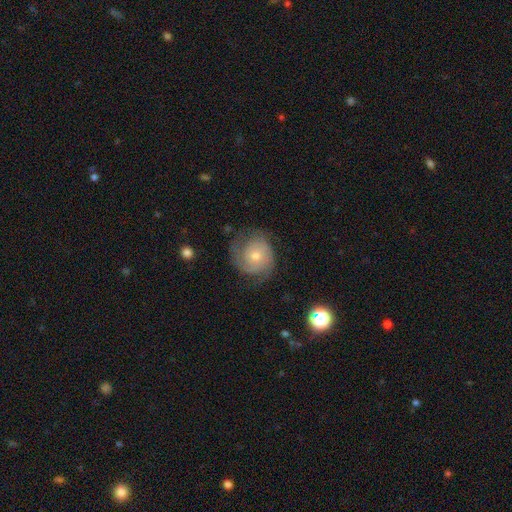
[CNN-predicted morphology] A featured or disk galaxy (78%) with no bar (80%), 2 (43%) tight (59%) spiral arms (94%) and a small central bulge (55%).

Vote fractions:
- Smooth or featured? featured or disk: 78% / smooth: 15% / star or artifact: 7%
- Edge-on disk? no: 98% / yes: 2%
- Bar? no: 80% / weak: 17% / strong: 3%
- Spiral arms? yes: 94% / no: 6%
- Spiral winding? tight: 59% / medium: 31% / loose: 10%
- Spiral arm count? 2: 43% / 3: 21% / can't tell: 21% / 1: 7% / 4: 4% / more than 4: 4%
- Bulge size? small: 55% / moderate: 41% / large: 2% / none: 1% / dominant: 1%
- Merging? none: 69% / minor disturbance: 19% / major disturbance: 10% / merger: 1%